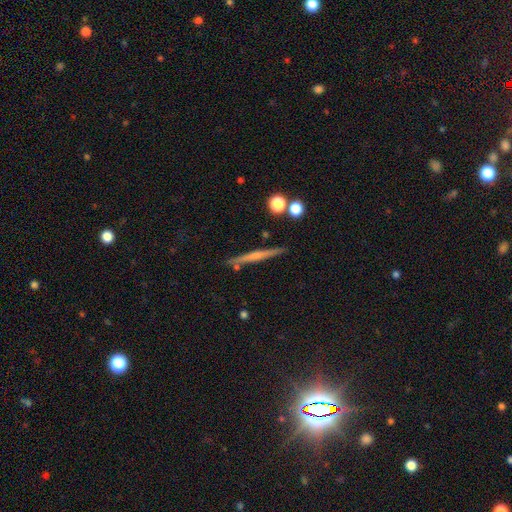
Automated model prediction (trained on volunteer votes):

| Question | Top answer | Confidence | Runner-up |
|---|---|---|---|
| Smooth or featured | featured or disk | 55% | smooth (38%) |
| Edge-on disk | yes | 97% | no (3%) |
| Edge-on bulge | none | 52% | rounded (40%) |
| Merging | none | 86% | minor disturbance (9%) |